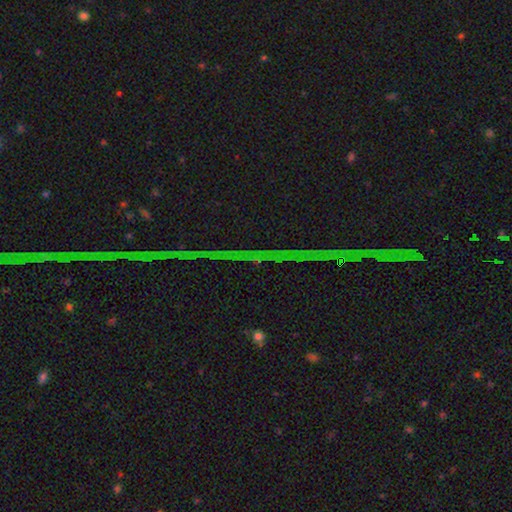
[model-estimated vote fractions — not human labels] A star or artifact, not a galaxy (85%).

Vote fractions:
- Smooth or featured? star or artifact: 85% / featured or disk: 9% / smooth: 6%